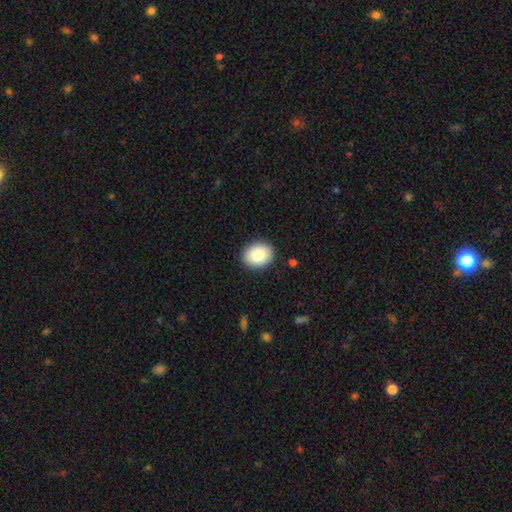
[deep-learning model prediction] Smooth or featured?
  - smooth: 83% *
  - featured or disk: 9%
  - star or artifact: 8%
How rounded?
  - round: 59% *
  - in between: 40%
  - cigar-shaped: 1%
Merging?
  - none: 91% *
  - minor disturbance: 6%
  - major disturbance: 2%
  - merger: 1%